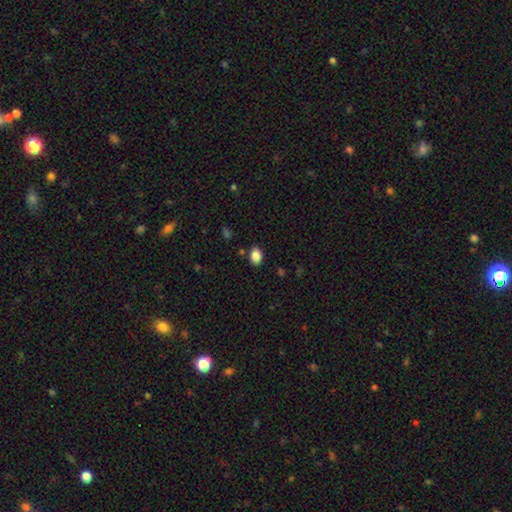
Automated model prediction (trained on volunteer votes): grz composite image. It shows a smooth galaxy with no disk features (87%) that is in between round and cigar-shaped (75%). Merging: none (86%).